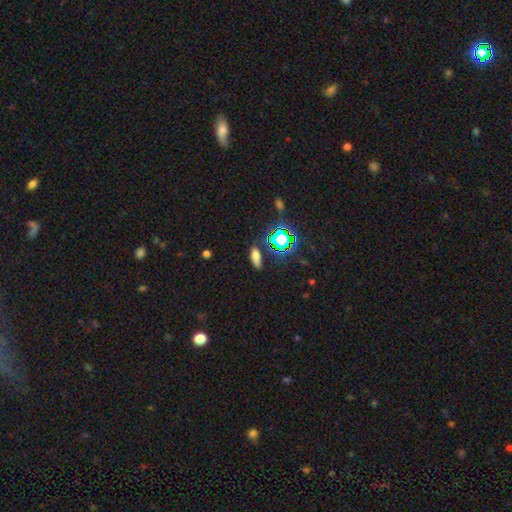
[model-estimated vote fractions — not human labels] Smooth or featured?
  - smooth: 63% *
  - star or artifact: 26%
  - featured or disk: 11%
How rounded?
  - in between: 71% *
  - cigar-shaped: 21%
  - round: 8%
Merging?
  - none: 79% *
  - minor disturbance: 13%
  - major disturbance: 4%
  - merger: 4%